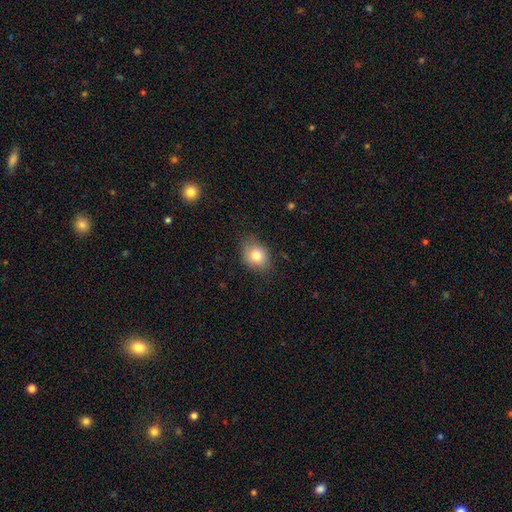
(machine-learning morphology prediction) type=smooth (80%); roundness=in between (58%); merging=none (77%).